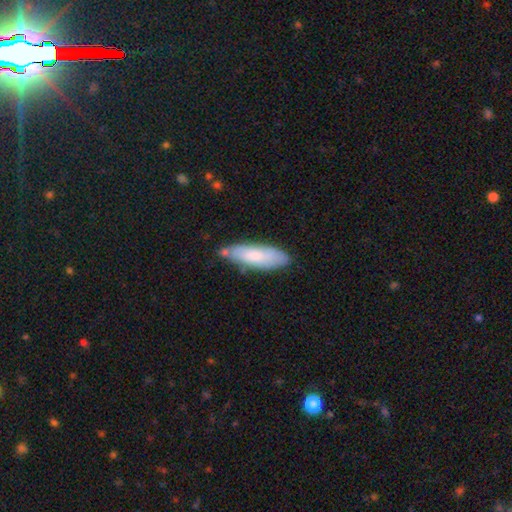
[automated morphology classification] Q: Smooth or featured?
A: smooth (73%); runner-up: featured or disk (21%)
Q: How rounded?
A: in between (54%); runner-up: cigar-shaped (45%)
Q: Merging?
A: none (72%); runner-up: minor disturbance (19%)